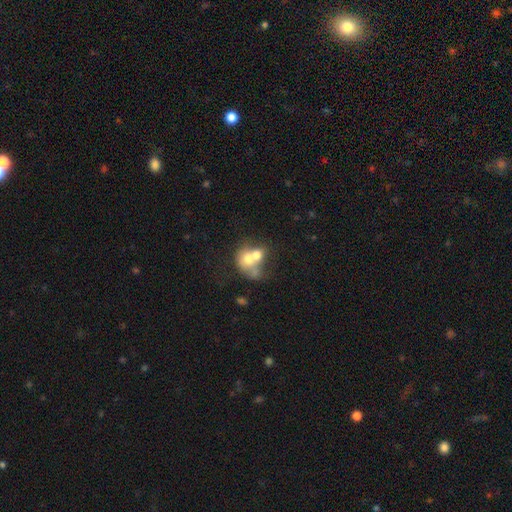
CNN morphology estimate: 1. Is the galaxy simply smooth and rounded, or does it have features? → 59% smooth, 31% featured or disk, 10% star or artifact.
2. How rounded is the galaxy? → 56% round, 43% in between, 1% cigar-shaped.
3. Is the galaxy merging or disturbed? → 70% merger, 17% none, 7% minor disturbance, 6% major disturbance.